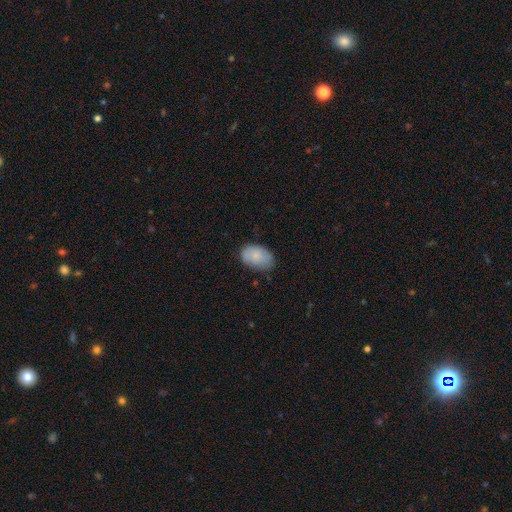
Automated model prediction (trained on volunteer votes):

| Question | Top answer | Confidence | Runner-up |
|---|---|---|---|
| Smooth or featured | smooth | 81% | featured or disk (12%) |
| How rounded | in between | 89% | round (10%) |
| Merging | none | 72% | minor disturbance (23%) |